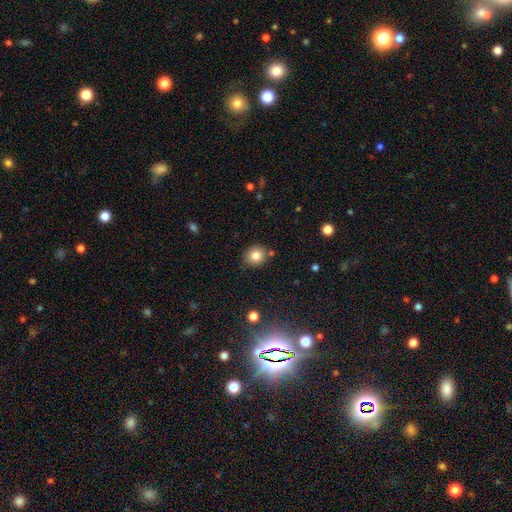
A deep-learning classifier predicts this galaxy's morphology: Smooth or featured: smooth — 81% (star or artifact — 11%)
How rounded: round — 86% (in between — 13%)
Merging: none — 84% (minor disturbance — 9%)